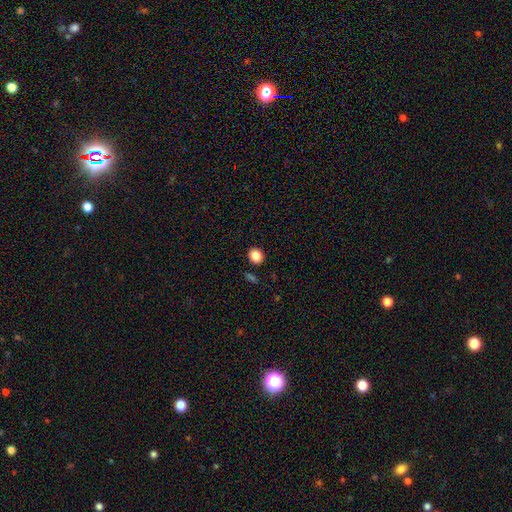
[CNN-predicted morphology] Smooth or featured? smooth (87%)
How rounded? round (71%)
Merging? none (88%)